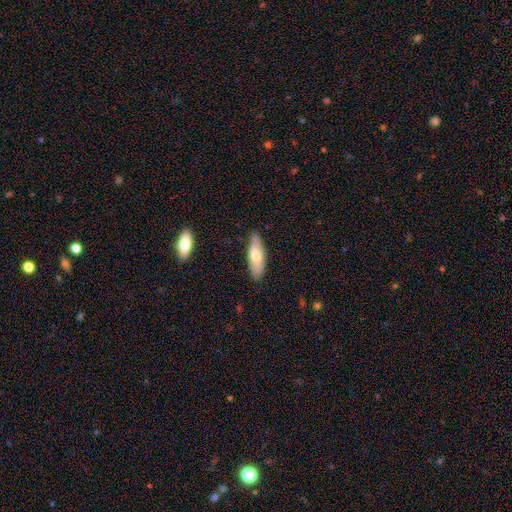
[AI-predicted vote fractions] Smooth or featured? smooth (65%)
How rounded? in between (63%)
Merging? none (82%)